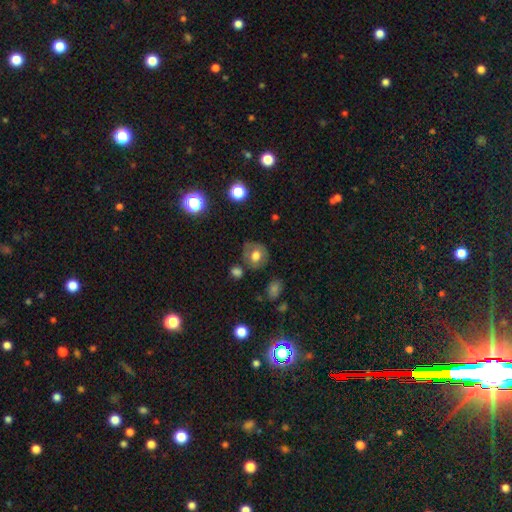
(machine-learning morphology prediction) smooth 63%, featured or disk 27%, star or artifact 10%. Down the decision tree: how rounded — round (75%); merging — none (69%).